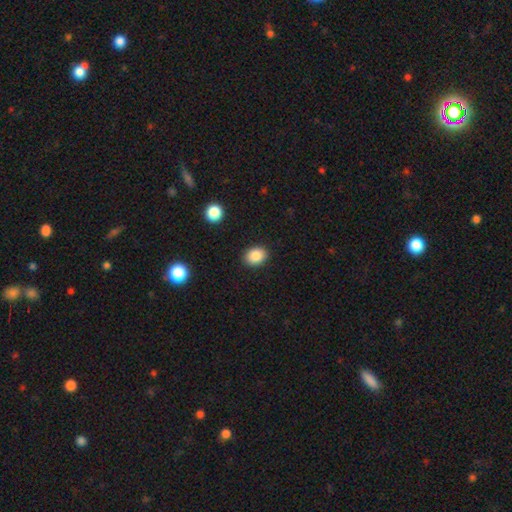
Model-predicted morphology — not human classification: This appears to be a smooth galaxy with no disk features (87%) that is in between round and cigar-shaped (55%). Merging: none (89%).